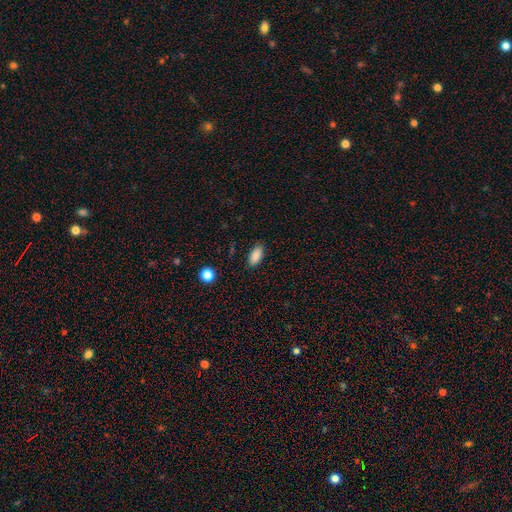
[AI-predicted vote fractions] smooth_or_featured: smooth (p=0.88) [alt: star or artifact p=0.08]
how_rounded: in between (p=0.90) [alt: cigar-shaped p=0.08]
merging: none (p=0.85) [alt: minor disturbance p=0.11]